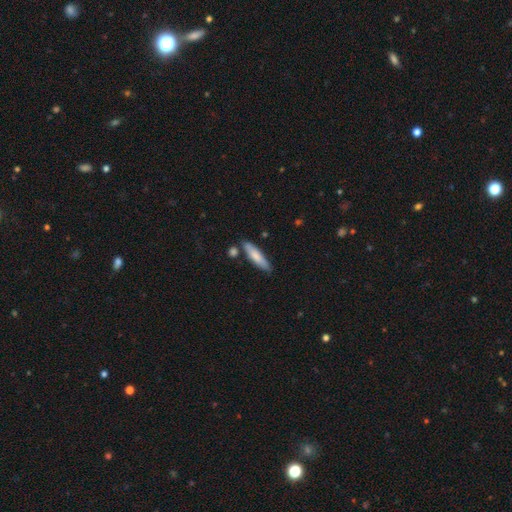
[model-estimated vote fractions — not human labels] smooth_or_featured: smooth (p=0.76) [alt: featured or disk p=0.18]
how_rounded: cigar-shaped (p=0.73) [alt: in between p=0.25]
merging: none (p=0.76) [alt: minor disturbance p=0.14]